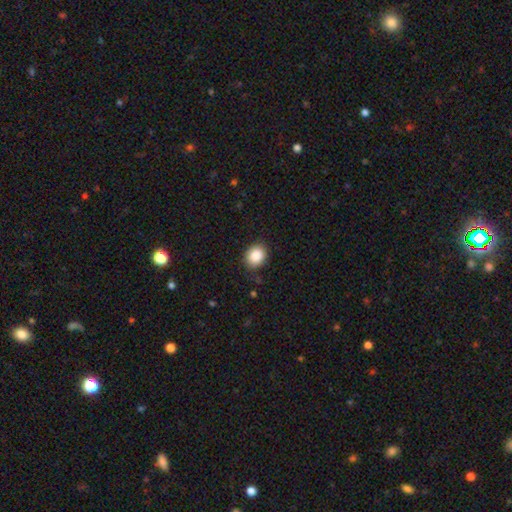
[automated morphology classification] type=smooth (88%); roundness=round (55%); merging=none (86%).